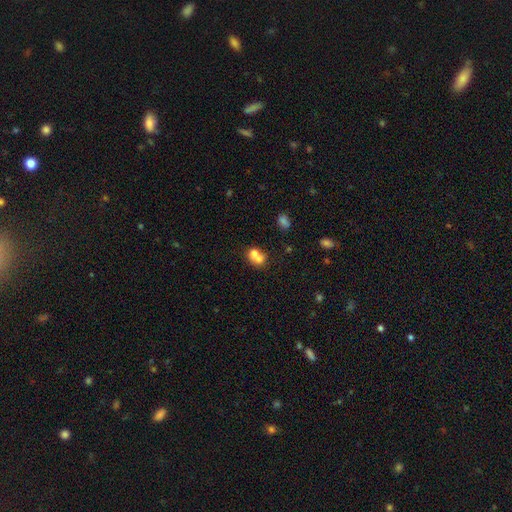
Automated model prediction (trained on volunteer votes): Smooth or featured? smooth (69%)
How rounded? round (57%)
Merging? merger (67%)